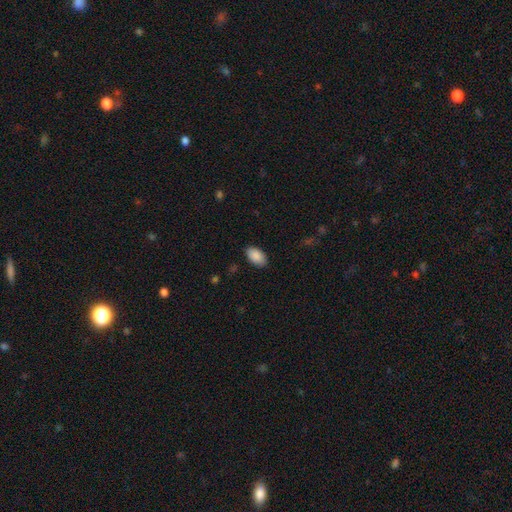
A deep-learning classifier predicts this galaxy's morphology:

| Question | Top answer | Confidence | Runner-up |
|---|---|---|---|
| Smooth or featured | smooth | 89% | star or artifact (6%) |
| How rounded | in between | 94% | round (4%) |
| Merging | none | 87% | minor disturbance (10%) |